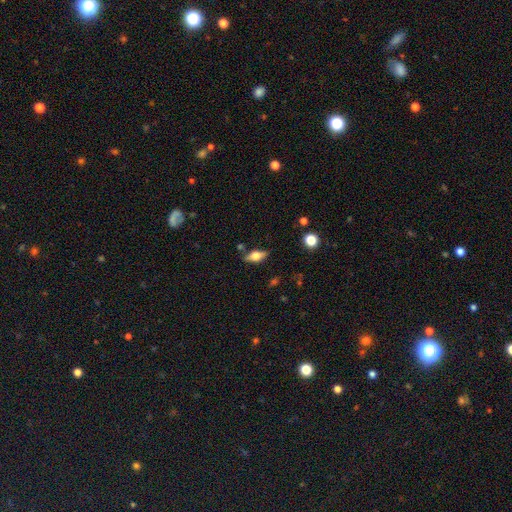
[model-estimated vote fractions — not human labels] Smooth or featured?
  - smooth: 52% *
  - featured or disk: 40%
  - star or artifact: 8%
How rounded?
  - in between: 77% *
  - cigar-shaped: 18%
  - round: 5%
Merging?
  - none: 80% *
  - minor disturbance: 13%
  - merger: 3%
  - major disturbance: 3%